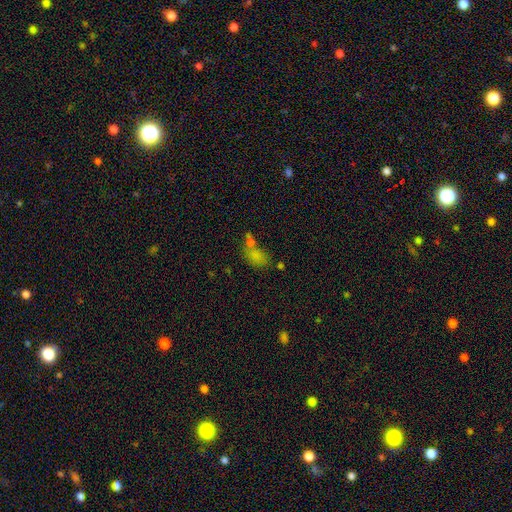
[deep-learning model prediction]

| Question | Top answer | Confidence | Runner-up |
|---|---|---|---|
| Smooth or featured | smooth | 72% | star or artifact (17%) |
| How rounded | in between | 82% | round (15%) |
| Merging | none | 40% | merger (37%) |